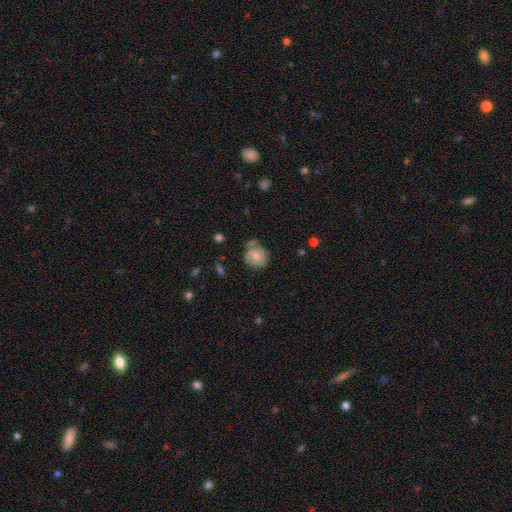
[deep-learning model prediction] smooth_or_featured: smooth (p=0.69) [alt: featured or disk p=0.23]
how_rounded: round (p=0.79) [alt: in between p=0.20]
merging: none (p=0.55) [alt: minor disturbance p=0.26]